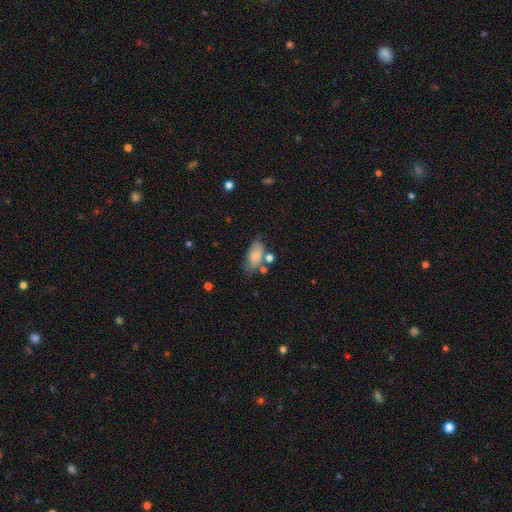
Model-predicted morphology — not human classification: The model was most divided on "merging": none: 53%, minor disturbance: 24%, merger: 14%, major disturbance: 8%. More confident: how rounded — in between (90%); smooth or featured — smooth (79%).